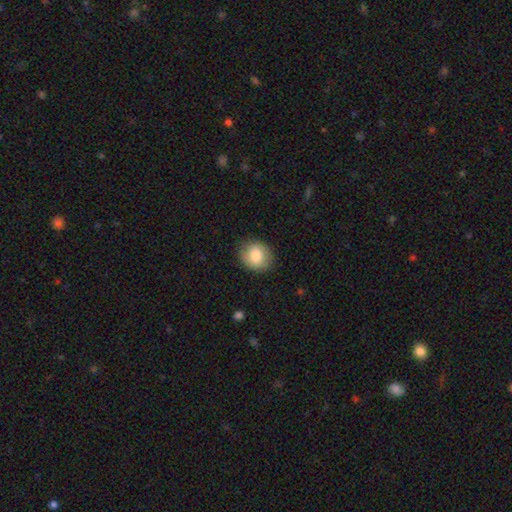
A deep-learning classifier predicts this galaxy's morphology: A smooth galaxy with no disk features (82%) that is round (75%).

Vote fractions:
- Smooth or featured? smooth: 82% / featured or disk: 11% / star or artifact: 7%
- How rounded? round: 75% / in between: 25% / cigar-shaped: 1%
- Merging? none: 85% / minor disturbance: 11% / major disturbance: 3% / merger: 1%